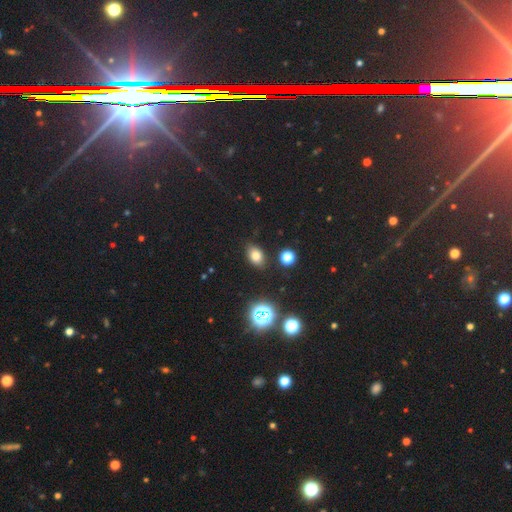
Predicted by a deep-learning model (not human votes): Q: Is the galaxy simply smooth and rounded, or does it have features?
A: smooth — 75%.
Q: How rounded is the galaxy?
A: in between — 79%.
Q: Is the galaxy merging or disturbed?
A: none — 85%.